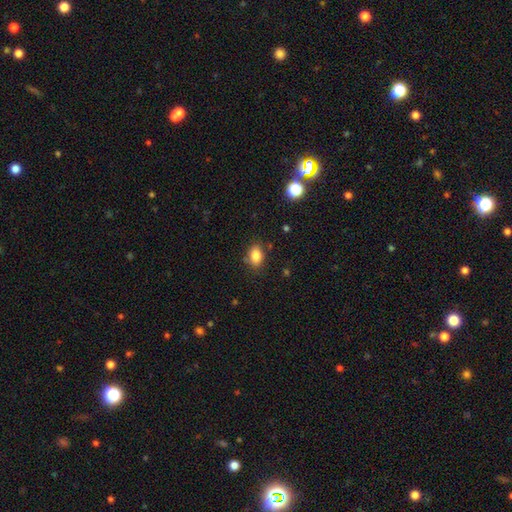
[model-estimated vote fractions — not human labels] smooth_or_featured: smooth (p=0.84) [alt: star or artifact p=0.09]
how_rounded: in between (p=0.79) [alt: round p=0.20]
merging: none (p=0.81) [alt: minor disturbance p=0.13]